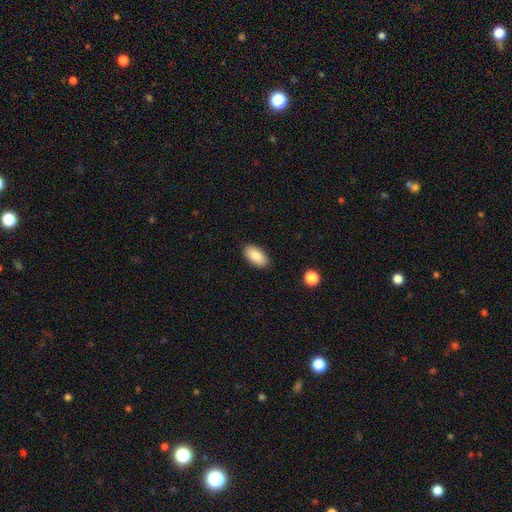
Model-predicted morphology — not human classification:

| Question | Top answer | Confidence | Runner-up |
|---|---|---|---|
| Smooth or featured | smooth | 86% | featured or disk (7%) |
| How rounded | in between | 93% | cigar-shaped (4%) |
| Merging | none | 88% | minor disturbance (8%) |